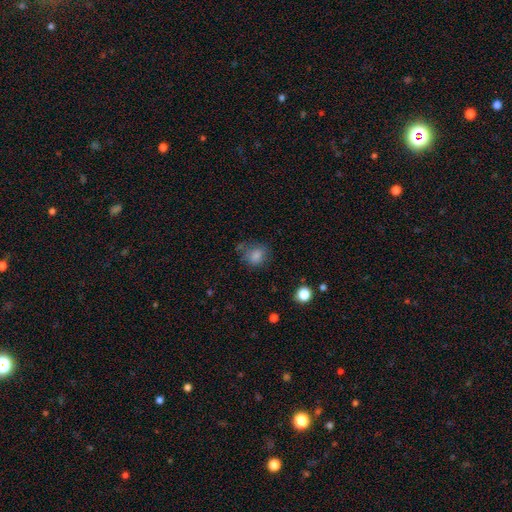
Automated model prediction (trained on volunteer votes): The model was most divided on "how rounded": round: 67%, in between: 32%, cigar-shaped: 1%. More confident: smooth or featured — smooth (81%); merging — none (62%).